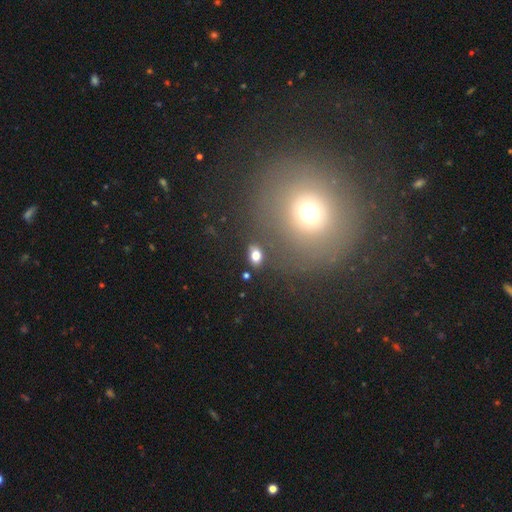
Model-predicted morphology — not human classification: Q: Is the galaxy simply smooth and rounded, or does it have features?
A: smooth — 78%.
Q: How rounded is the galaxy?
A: in between — 82%.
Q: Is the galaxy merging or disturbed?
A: none — 83%.